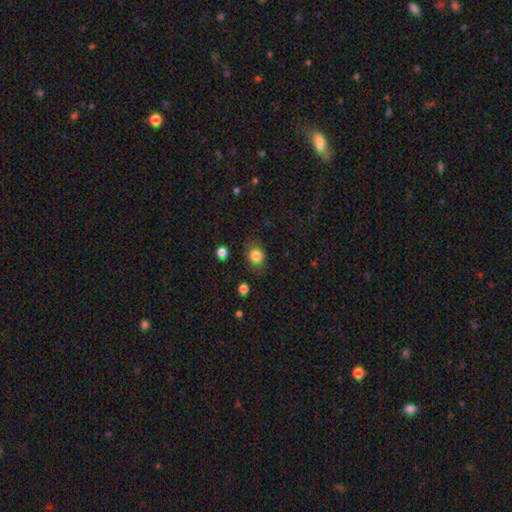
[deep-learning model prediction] smooth 83%, star or artifact 10%, featured or disk 7%. Down the decision tree: how rounded — round (62%); merging — none (77%).